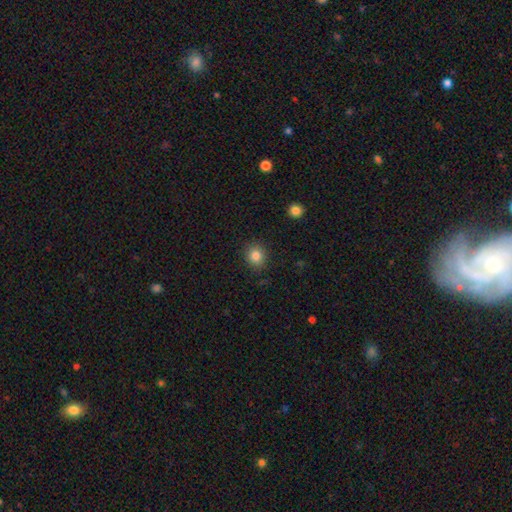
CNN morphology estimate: The model was most divided on "how rounded": round: 80%, in between: 19%, cigar-shaped: 1%. More confident: merging — none (88%); smooth or featured — smooth (84%).